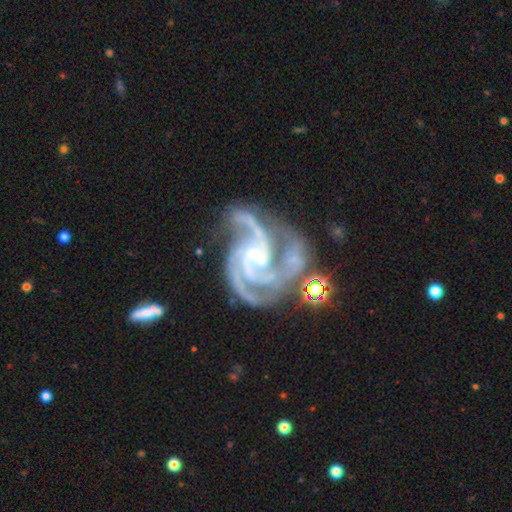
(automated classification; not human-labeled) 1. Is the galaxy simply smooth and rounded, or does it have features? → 93% featured or disk, 5% star or artifact, 2% smooth.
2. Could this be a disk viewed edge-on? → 98% no, 2% yes.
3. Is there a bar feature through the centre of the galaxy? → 44% no, 37% weak, 19% strong.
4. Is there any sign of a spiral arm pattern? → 99% yes, 1% no.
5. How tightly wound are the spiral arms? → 54% medium, 38% tight, 8% loose.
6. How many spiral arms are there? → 57% 3, 16% 2, 13% 4, 6% can't tell, 4% more than 4, 4% 1.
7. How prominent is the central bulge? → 77% small, 17% moderate, 4% none, 1% large, 1% dominant.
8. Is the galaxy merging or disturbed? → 44% none, 21% minor disturbance, 18% major disturbance, 17% merger.